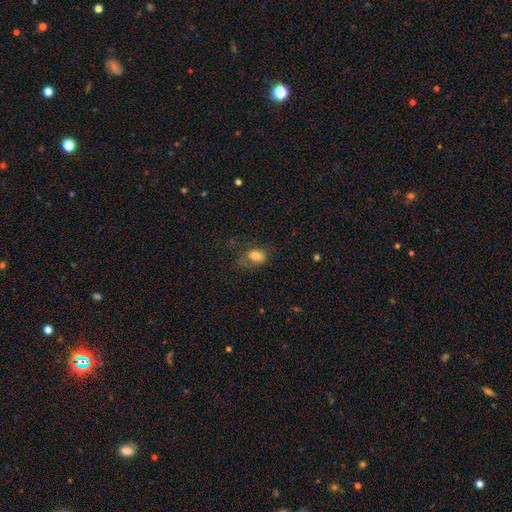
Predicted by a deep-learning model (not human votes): Overall: smooth (80%). How rounded: in between (81%). Merging: none (47%; minor disturbance 28%).